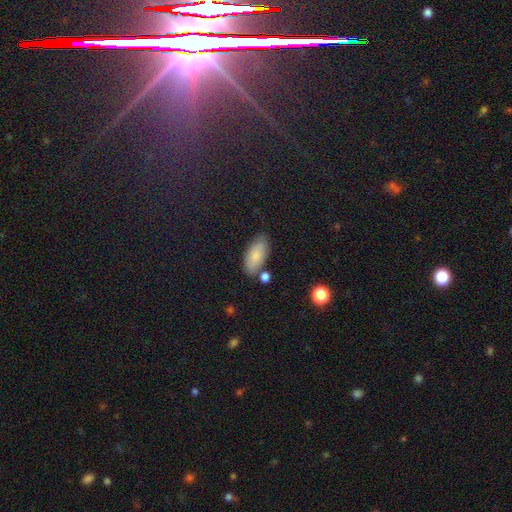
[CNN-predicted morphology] A smooth galaxy with no disk features (82%) that is in between round and cigar-shaped (89%). Merging: none (74%).